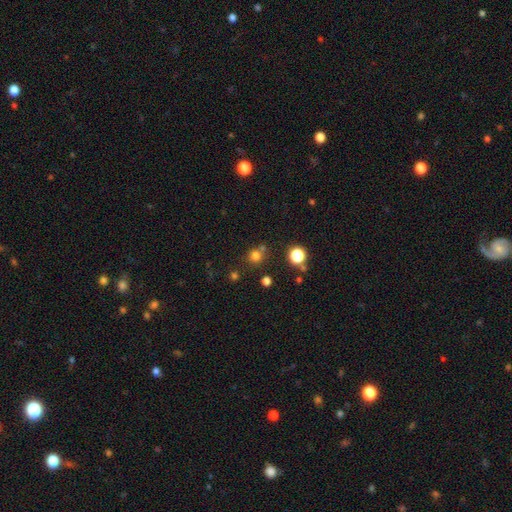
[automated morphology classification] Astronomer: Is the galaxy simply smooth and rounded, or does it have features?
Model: smooth — 72%.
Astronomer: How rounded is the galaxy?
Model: round — 90%.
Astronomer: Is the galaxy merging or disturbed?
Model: none — 71%.